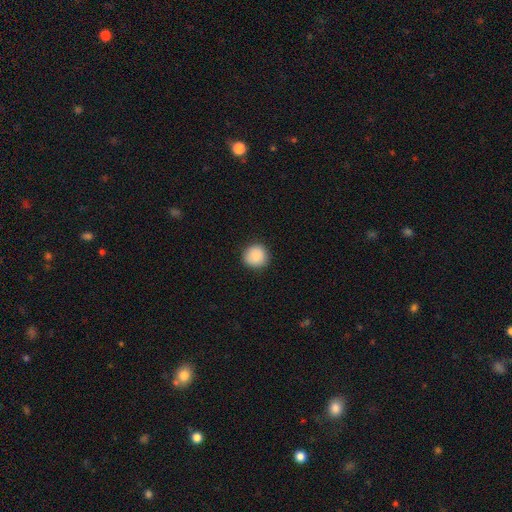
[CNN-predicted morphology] type=smooth (88%); roundness=round (94%); merging=none (91%).